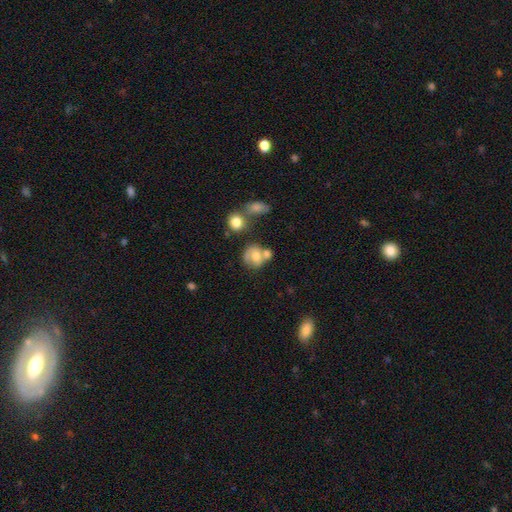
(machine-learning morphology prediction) Smooth or featured: smooth — 57% (featured or disk — 34%)
How rounded: round — 68% (in between — 31%)
Merging: none — 40% (merger — 33%)